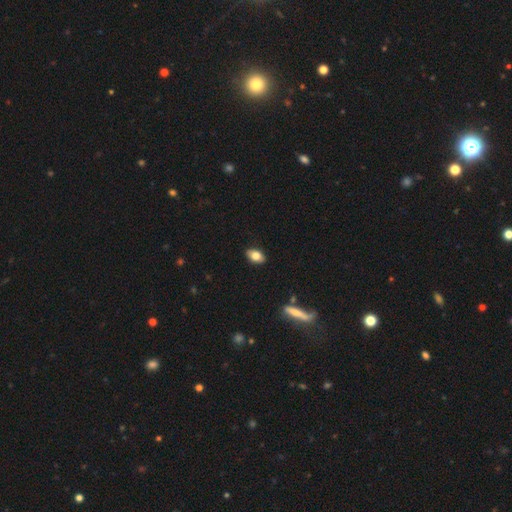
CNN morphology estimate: This appears to be a smooth galaxy with no disk features (79%) that is in between round and cigar-shaped (88%). Merging: none (88%).